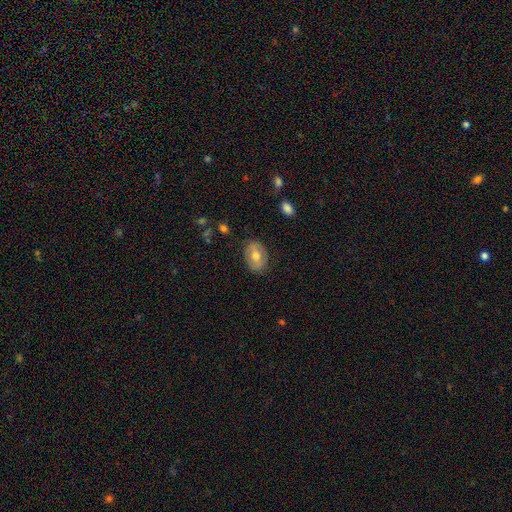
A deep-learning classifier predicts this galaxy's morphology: smooth-or-featured: smooth: 57% | featured or disk: 36% | star or artifact: 7%
  how-rounded: in between: 79% | round: 20% | cigar-shaped: 1%
  merging: none: 82% | minor disturbance: 13% | major disturbance: 4% | merger: 1%